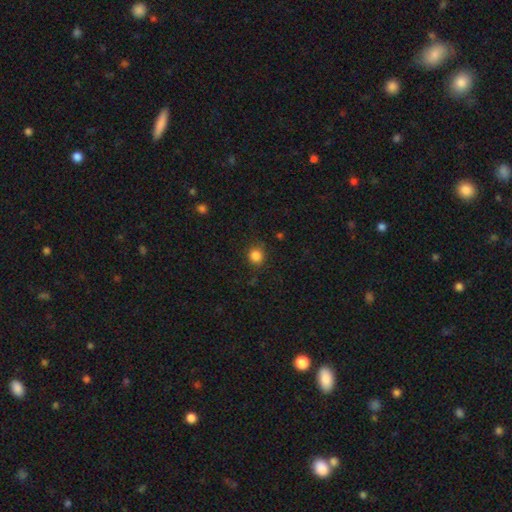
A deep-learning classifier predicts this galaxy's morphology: smooth 84%, star or artifact 12%, featured or disk 4%. Down the decision tree: how rounded — round (87%); merging — none (83%).